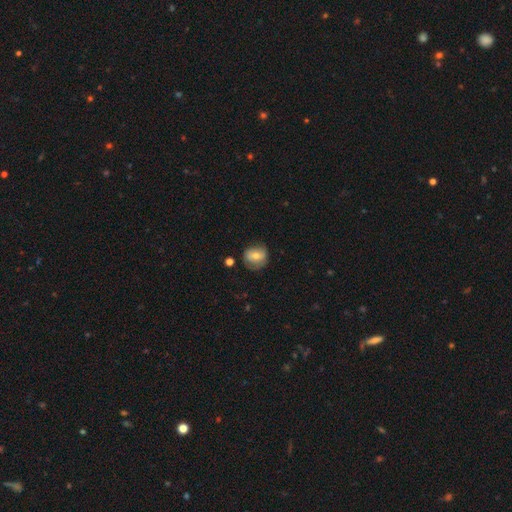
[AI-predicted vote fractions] A smooth galaxy with no disk features (56%) that is round (72%). Merging: none (64%).